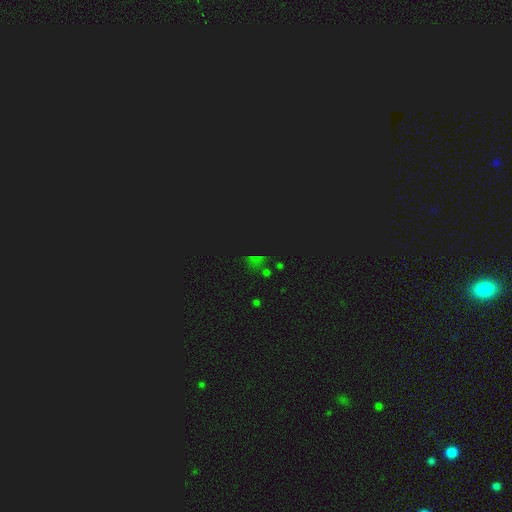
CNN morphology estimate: Smooth or featured? Predicted: star or artifact (p=0.73).